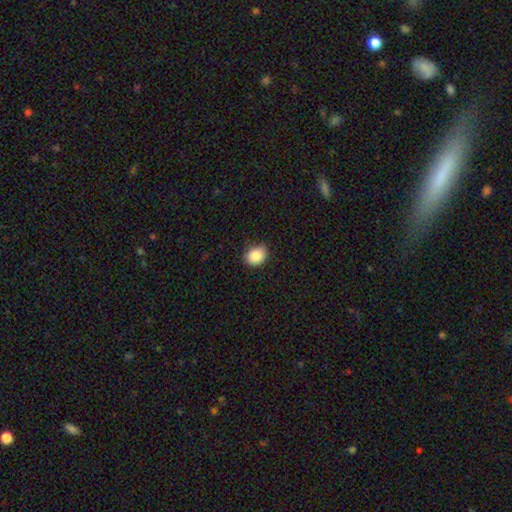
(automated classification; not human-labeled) smooth 88%, star or artifact 8%, featured or disk 4%. Down the decision tree: how rounded — round (53%); merging — none (80%).